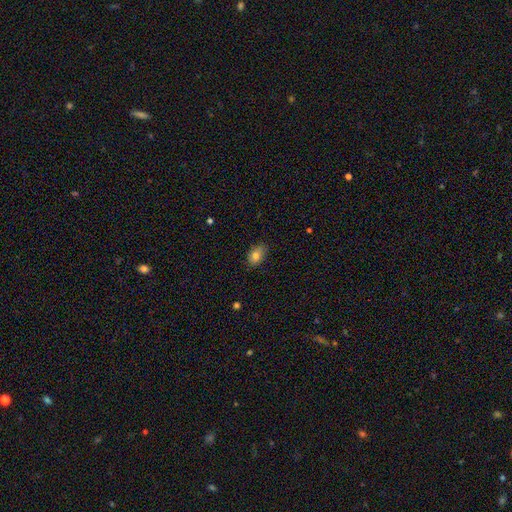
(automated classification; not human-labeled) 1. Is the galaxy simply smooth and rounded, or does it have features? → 80% smooth, 11% featured or disk, 10% star or artifact.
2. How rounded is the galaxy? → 82% in between, 16% round, 2% cigar-shaped.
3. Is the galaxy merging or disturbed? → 81% none, 16% minor disturbance, 3% major disturbance, 1% merger.